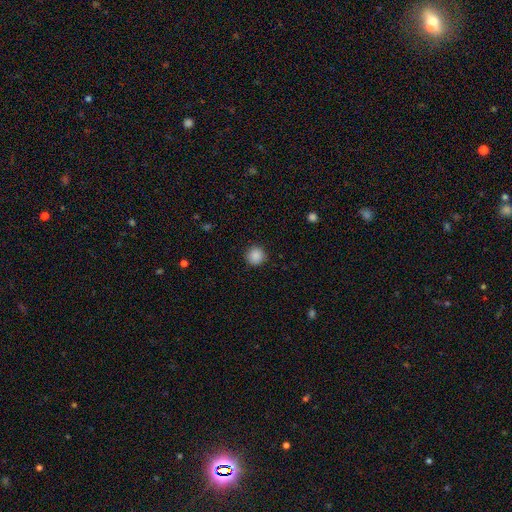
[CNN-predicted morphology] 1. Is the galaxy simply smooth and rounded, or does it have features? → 88% smooth, 9% star or artifact, 3% featured or disk.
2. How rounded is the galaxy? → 95% round, 5% in between, 1% cigar-shaped.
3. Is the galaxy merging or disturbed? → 91% none, 6% minor disturbance, 2% major disturbance, 1% merger.